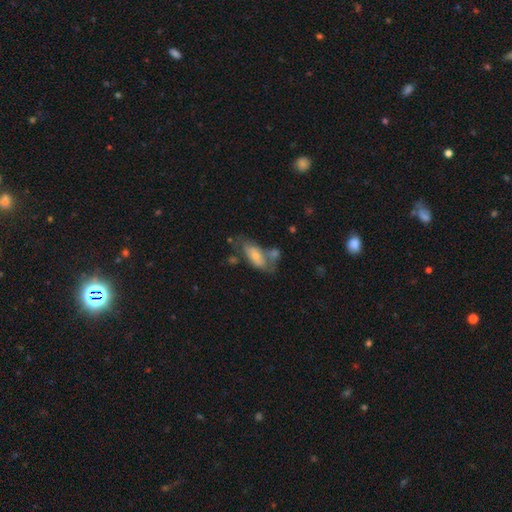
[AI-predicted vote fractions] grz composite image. It shows a smooth galaxy with no disk features (55%) that is in between round and cigar-shaped (82%). Merging: none (35%).